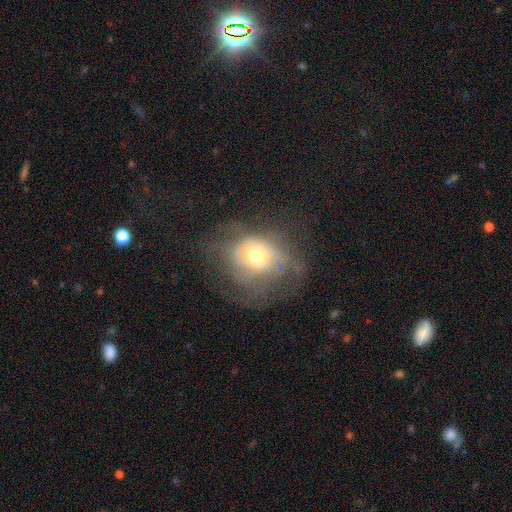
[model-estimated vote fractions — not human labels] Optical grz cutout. It shows a smooth galaxy with no disk features (46%). Merging: none (42%).